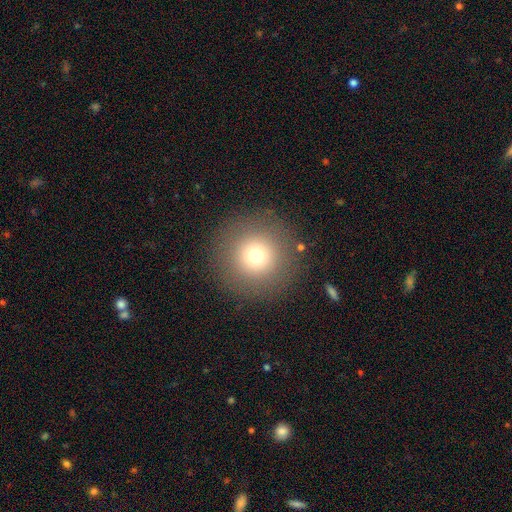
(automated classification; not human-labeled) Smooth or featured: smooth — 72% (star or artifact — 15%)
How rounded: round — 96% (in between — 3%)
Merging: none — 89% (minor disturbance — 6%)